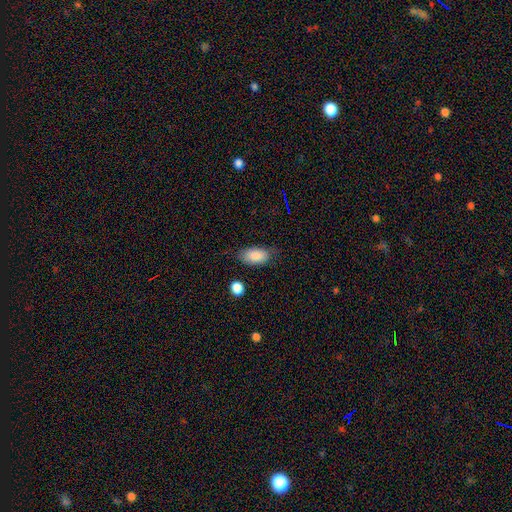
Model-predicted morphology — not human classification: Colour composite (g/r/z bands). It shows a smooth galaxy with no disk features (86%) that is in between round and cigar-shaped (92%). Merging: none (72%).